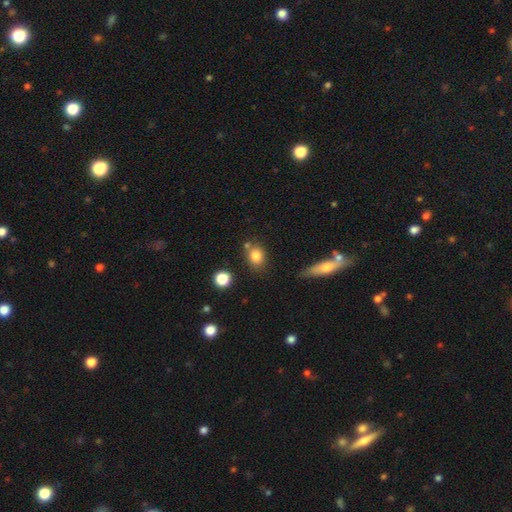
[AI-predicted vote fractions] Smooth or featured? Predicted: smooth (p=0.82). How rounded? Predicted: in between (p=0.50). Merging? Predicted: none (p=0.69).